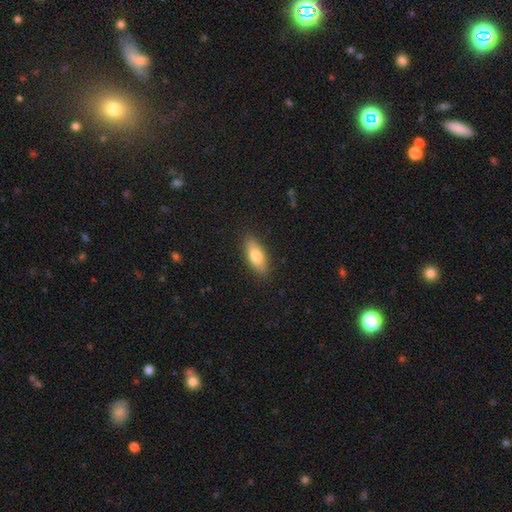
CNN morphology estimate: A smooth galaxy with no disk features (75%) that is in between round and cigar-shaped (76%).

Vote fractions:
- Smooth or featured? smooth: 75% / featured or disk: 19% / star or artifact: 6%
- How rounded? in between: 76% / cigar-shaped: 21% / round: 3%
- Merging? none: 86% / minor disturbance: 10% / major disturbance: 2% / merger: 1%